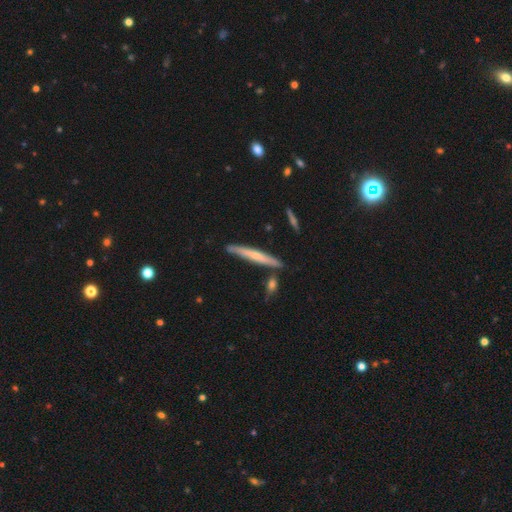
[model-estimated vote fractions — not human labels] A featured or disk galaxy (48%). Merging: none (83%).